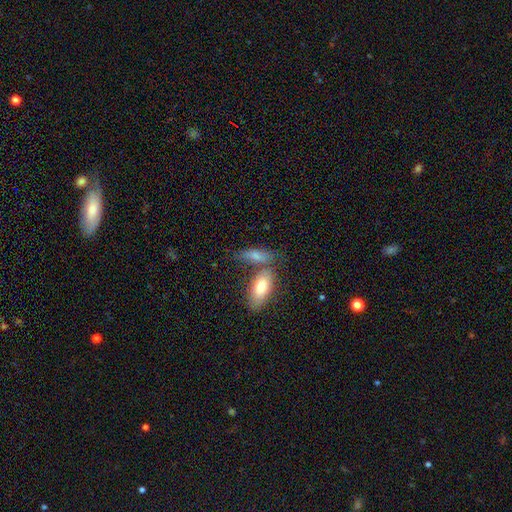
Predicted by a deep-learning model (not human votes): A smooth galaxy with no disk features (73%) that is in between round and cigar-shaped (68%). Merging: none (47%).